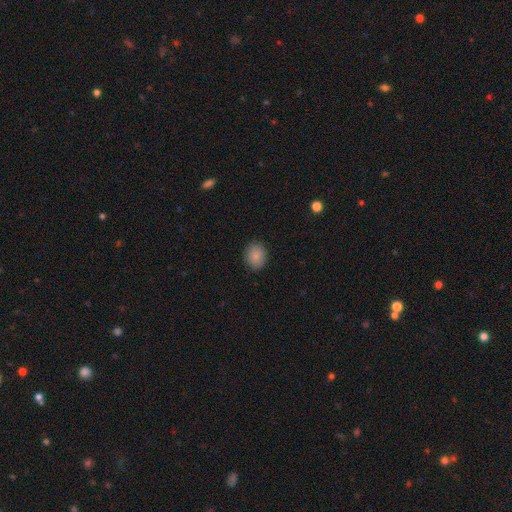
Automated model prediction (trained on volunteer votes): Smooth or featured: smooth — 87% (star or artifact — 9%)
How rounded: round — 61% (in between — 38%)
Merging: none — 88% (minor disturbance — 9%)